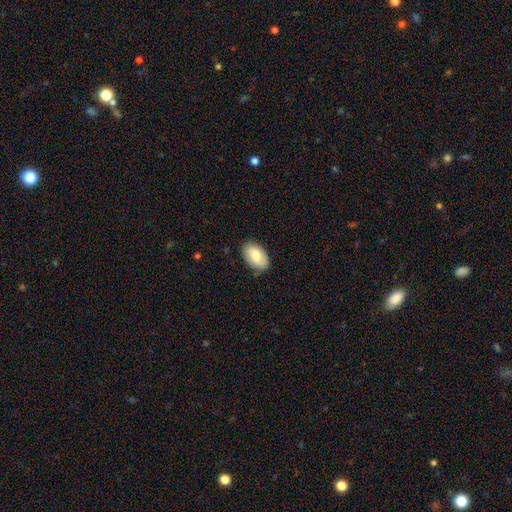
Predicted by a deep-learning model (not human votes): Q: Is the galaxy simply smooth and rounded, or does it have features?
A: smooth — 75%.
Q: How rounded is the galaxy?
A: in between — 94%.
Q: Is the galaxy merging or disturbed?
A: none — 81%.